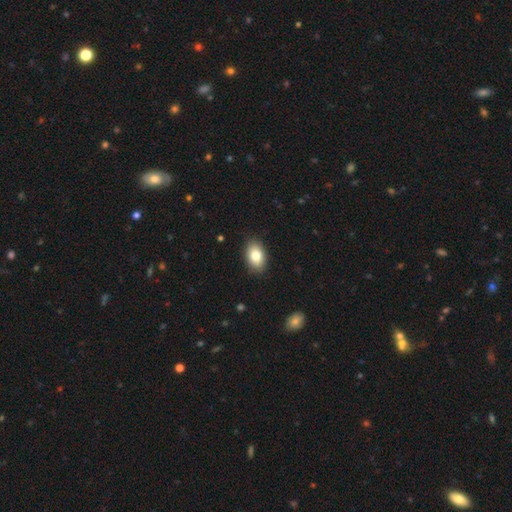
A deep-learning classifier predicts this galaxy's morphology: smooth_or_featured: smooth (p=0.82) [alt: featured or disk p=0.10]
how_rounded: in between (p=0.88) [alt: round p=0.11]
merging: none (p=0.88) [alt: minor disturbance p=0.09]